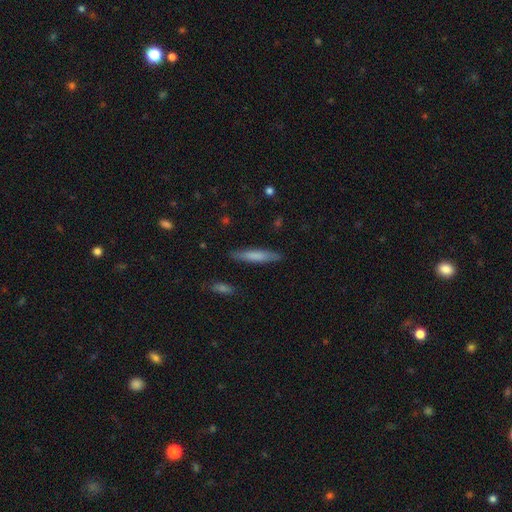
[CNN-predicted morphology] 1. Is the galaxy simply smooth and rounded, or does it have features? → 73% smooth, 21% featured or disk, 6% star or artifact.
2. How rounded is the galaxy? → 88% cigar-shaped, 10% in between, 1% round.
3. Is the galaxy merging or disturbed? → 87% none, 10% minor disturbance, 2% major disturbance, 2% merger.